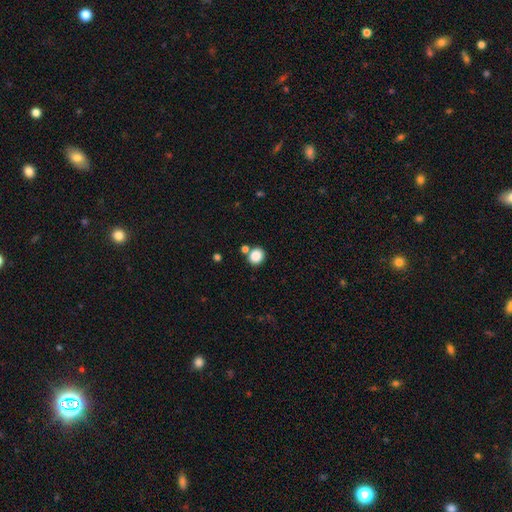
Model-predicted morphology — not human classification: smooth-or-featured: smooth: 85% | star or artifact: 10% | featured or disk: 4%
  how-rounded: round: 76% | in between: 23% | cigar-shaped: 1%
  merging: none: 74% | merger: 14% | minor disturbance: 9% | major disturbance: 3%